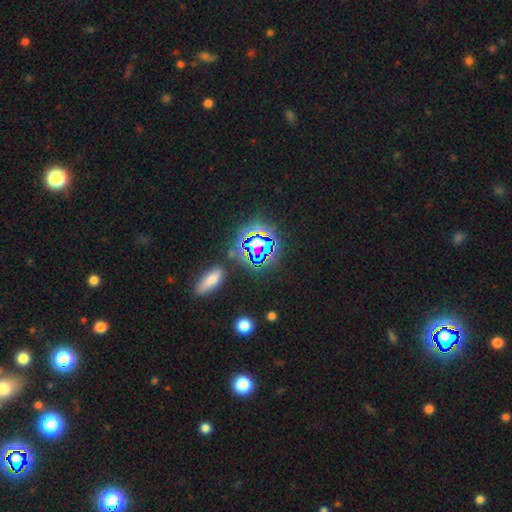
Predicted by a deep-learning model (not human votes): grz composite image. It shows a star or artifact, not a galaxy (70%).